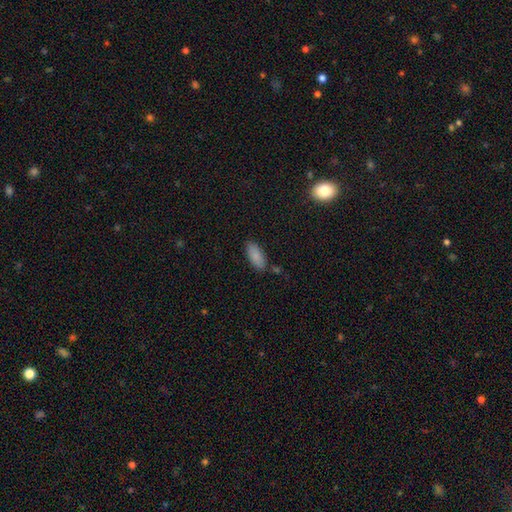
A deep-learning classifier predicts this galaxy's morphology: Smooth or featured: smooth — 87% (star or artifact — 7%)
How rounded: in between — 86% (cigar-shaped — 13%)
Merging: none — 81% (minor disturbance — 12%)